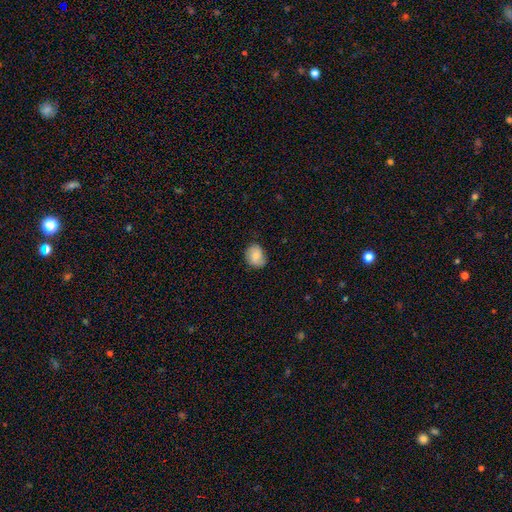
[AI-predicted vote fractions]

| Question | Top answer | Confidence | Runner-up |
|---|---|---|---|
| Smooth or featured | smooth | 75% | featured or disk (17%) |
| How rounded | round | 56% | in between (43%) |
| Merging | none | 76% | minor disturbance (19%) |